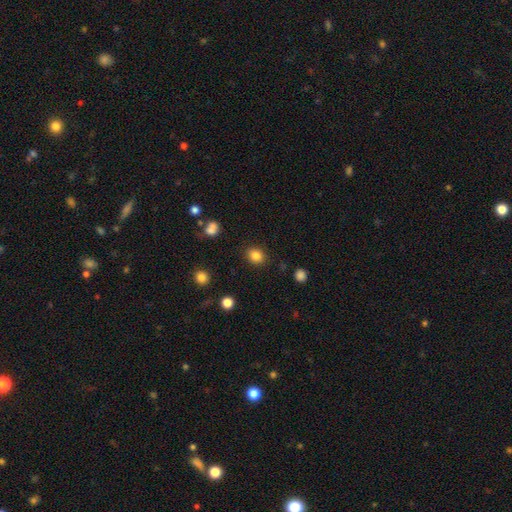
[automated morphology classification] A smooth galaxy with no disk features (84%) that is round (69%).

Vote fractions:
- Smooth or featured? smooth: 84% / star or artifact: 11% / featured or disk: 5%
- How rounded? round: 69% / in between: 31% / cigar-shaped: 1%
- Merging? none: 88% / minor disturbance: 8% / major disturbance: 3% / merger: 2%